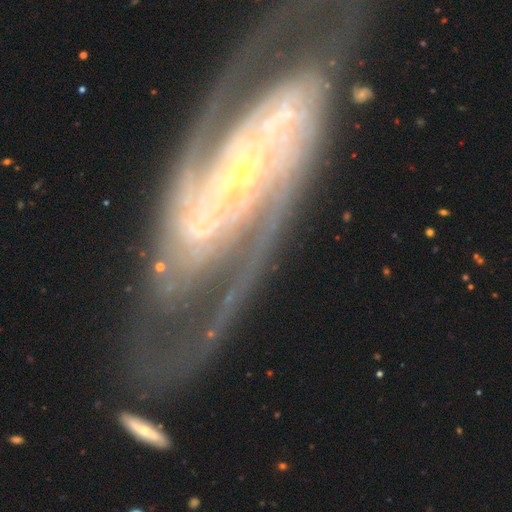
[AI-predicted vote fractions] Overall: featured or disk (91%). Edge-on disk: no (94%). Bar: no (38%; strong 31%). Spiral arms: yes (98%). Spiral arm count: 2 (59%). Spiral winding: tight (47%; medium 43%). Bulge size: small (73%). Merging: none (71%).